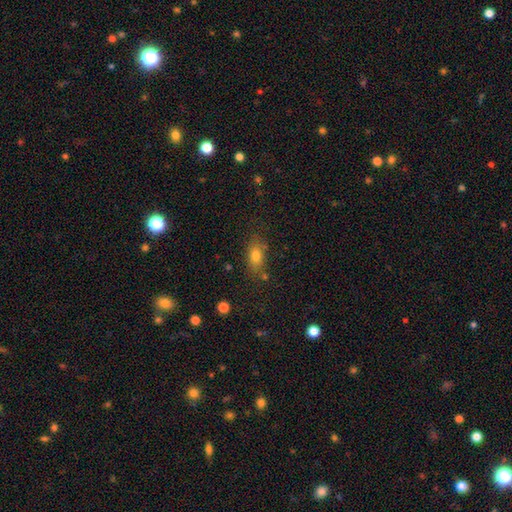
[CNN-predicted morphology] Smooth or featured? smooth (76%)
How rounded? in between (80%)
Merging? none (74%)